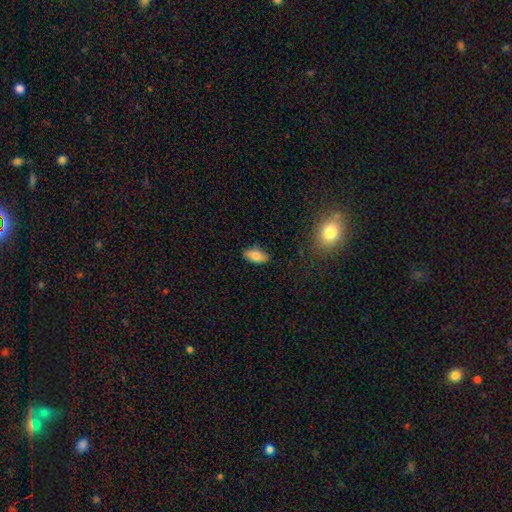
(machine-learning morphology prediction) Overall: smooth (79%). How rounded: in between (89%). Merging: none (84%).